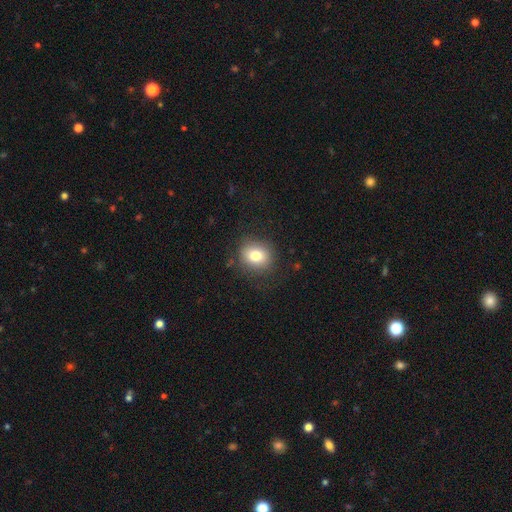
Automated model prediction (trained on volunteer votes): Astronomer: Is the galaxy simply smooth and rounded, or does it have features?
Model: smooth — 79%.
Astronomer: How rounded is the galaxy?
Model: round — 73%.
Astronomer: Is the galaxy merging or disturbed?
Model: none — 85%.